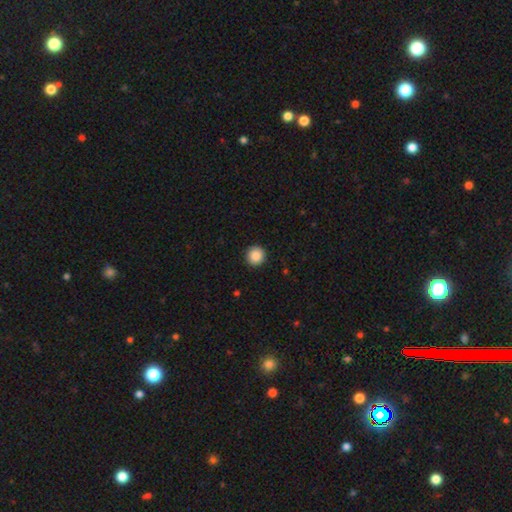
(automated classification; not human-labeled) Overall: smooth (88%). How rounded: round (95%). Merging: none (93%).